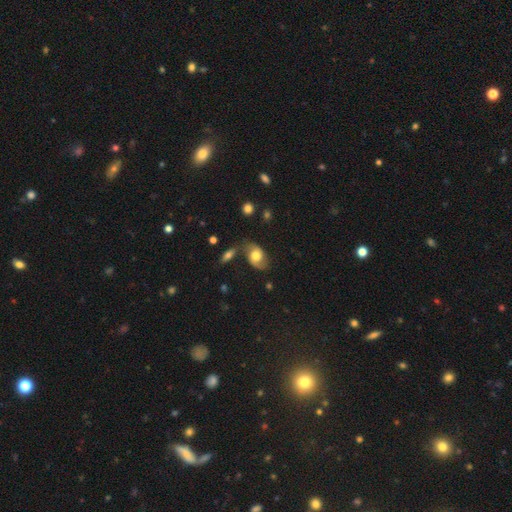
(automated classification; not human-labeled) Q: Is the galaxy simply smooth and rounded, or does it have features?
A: featured or disk — 54%.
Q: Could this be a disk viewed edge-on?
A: no — 94%.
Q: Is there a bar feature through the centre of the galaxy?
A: no — 67%.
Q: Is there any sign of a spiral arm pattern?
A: yes — 81%.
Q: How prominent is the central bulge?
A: moderate — 47%.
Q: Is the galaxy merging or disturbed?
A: none — 58%.